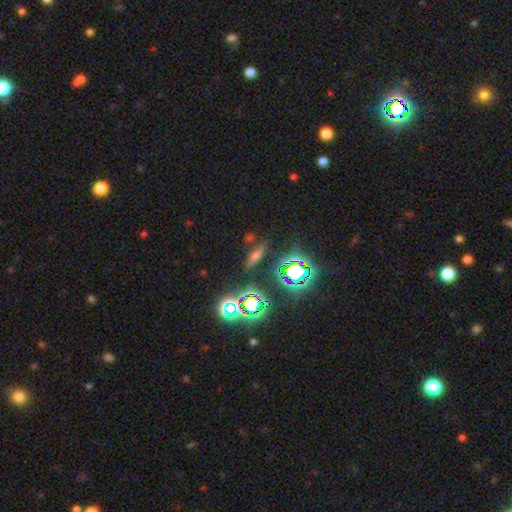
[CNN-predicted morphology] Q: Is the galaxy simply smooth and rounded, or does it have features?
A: smooth — 48%.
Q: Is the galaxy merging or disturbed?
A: none — 83%.